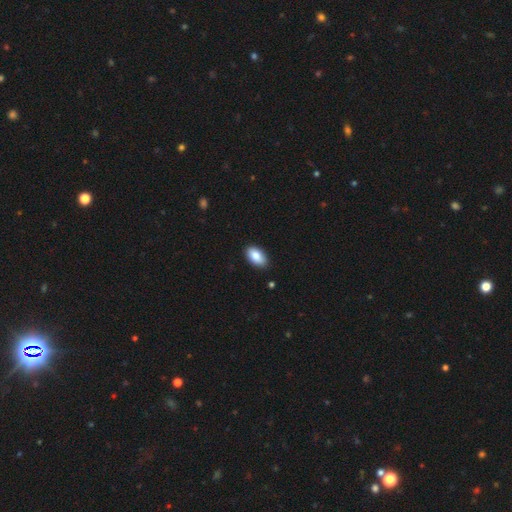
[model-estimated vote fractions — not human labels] A smooth galaxy with no disk features (86%) that is in between round and cigar-shaped (94%). Merging: none (88%).